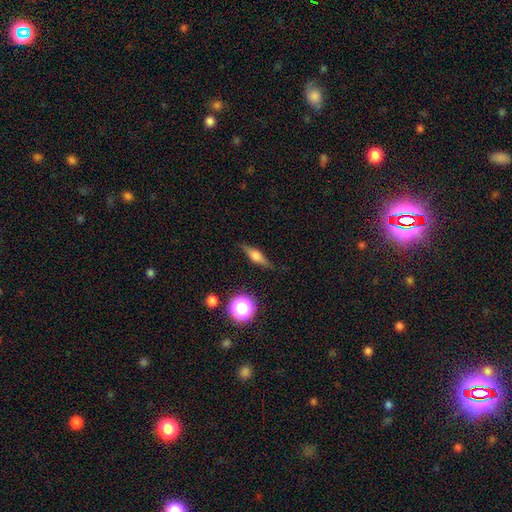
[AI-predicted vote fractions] smooth_or_featured: featured or disk (p=0.59) [alt: smooth p=0.32]
disk_edge_on: yes (p=0.94) [alt: no p=0.06]
edge_on_bulge: rounded (p=0.88) [alt: boxy p=0.10]
merging: none (p=0.83) [alt: minor disturbance p=0.13]